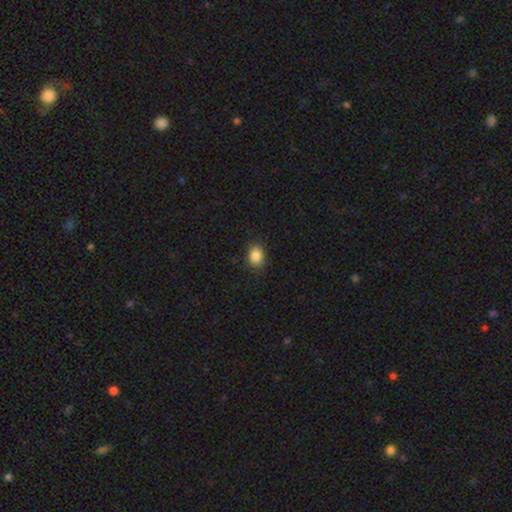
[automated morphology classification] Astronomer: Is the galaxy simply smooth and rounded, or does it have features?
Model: smooth — 87%.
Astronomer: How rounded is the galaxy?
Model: round — 54% (runner-up: in between, 45%).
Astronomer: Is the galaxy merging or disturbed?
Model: none — 85%.